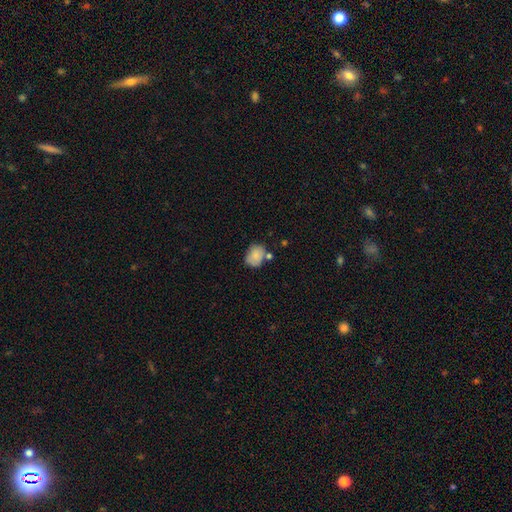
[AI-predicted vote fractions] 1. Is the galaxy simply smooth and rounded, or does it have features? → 80% smooth, 12% featured or disk, 8% star or artifact.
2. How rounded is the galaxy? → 53% round, 46% in between, 1% cigar-shaped.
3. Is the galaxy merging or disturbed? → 54% none, 24% minor disturbance, 16% merger, 6% major disturbance.